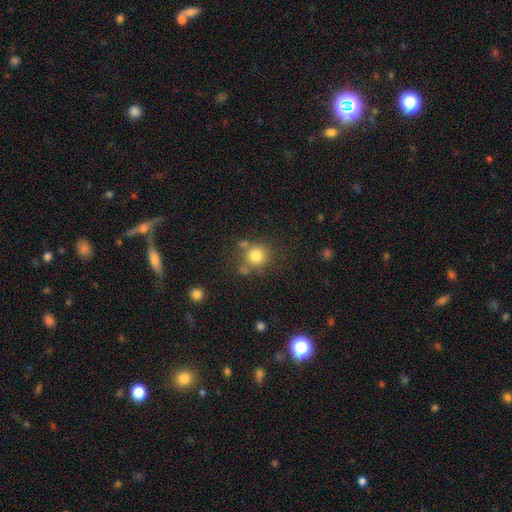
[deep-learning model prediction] smooth 80%, star or artifact 12%, featured or disk 8%. Down the decision tree: how rounded — round (88%); merging — none (68%).